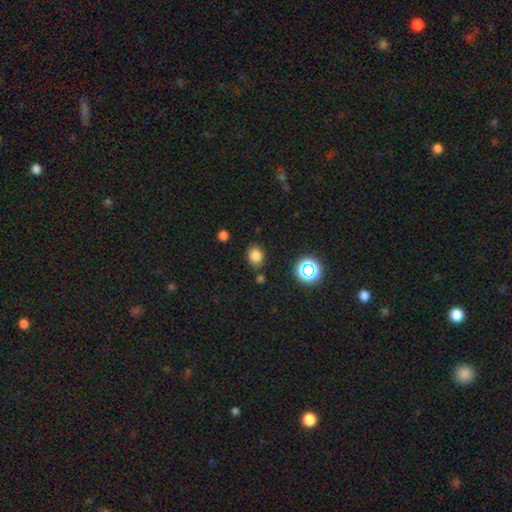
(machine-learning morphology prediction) A smooth galaxy with no disk features (78%) that is round (57%).

Vote fractions:
- Smooth or featured? smooth: 78% / star or artifact: 16% / featured or disk: 6%
- How rounded? round: 57% / in between: 42% / cigar-shaped: 1%
- Merging? none: 79% / minor disturbance: 12% / merger: 5% / major disturbance: 3%